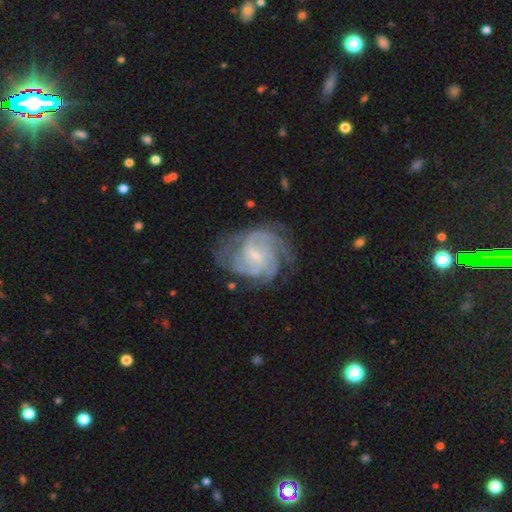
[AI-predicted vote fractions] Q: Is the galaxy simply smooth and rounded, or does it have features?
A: featured or disk — 86%.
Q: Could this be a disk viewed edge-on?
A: no — 98%.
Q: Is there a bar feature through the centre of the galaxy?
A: weak — 57%.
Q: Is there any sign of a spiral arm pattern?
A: yes — 96%.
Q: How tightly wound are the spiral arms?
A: tight — 48%.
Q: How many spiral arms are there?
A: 3 — 26%.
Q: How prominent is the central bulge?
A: small — 65%.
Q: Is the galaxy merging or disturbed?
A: none — 66%.